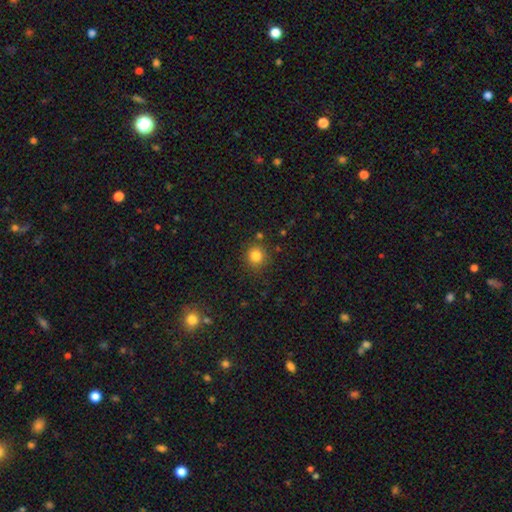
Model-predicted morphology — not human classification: type=smooth (82%); roundness=round (90%); merging=none (84%).